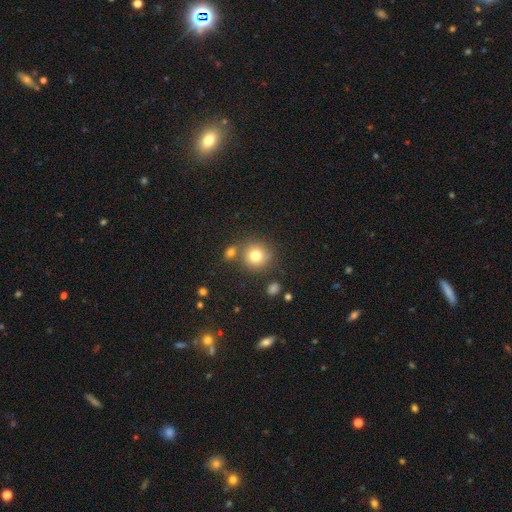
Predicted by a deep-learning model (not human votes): A smooth galaxy with no disk features (77%) that is round (90%).

Vote fractions:
- Smooth or featured? smooth: 77% / star or artifact: 12% / featured or disk: 11%
- How rounded? round: 90% / in between: 9% / cigar-shaped: 1%
- Merging? none: 70% / merger: 15% / minor disturbance: 11% / major disturbance: 4%